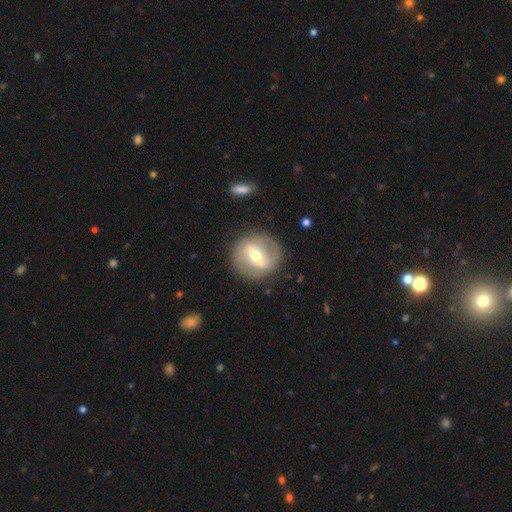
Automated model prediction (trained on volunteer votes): Overall: featured or disk (73%). Edge-on disk: no (95%). Bar: strong (48%; weak 38%). Spiral arms: yes (73%). Spiral arm count: 2 (84%). Spiral winding: medium (42%; loose 31%). Bulge size: moderate (62%; small 32%). Merging: none (84%).